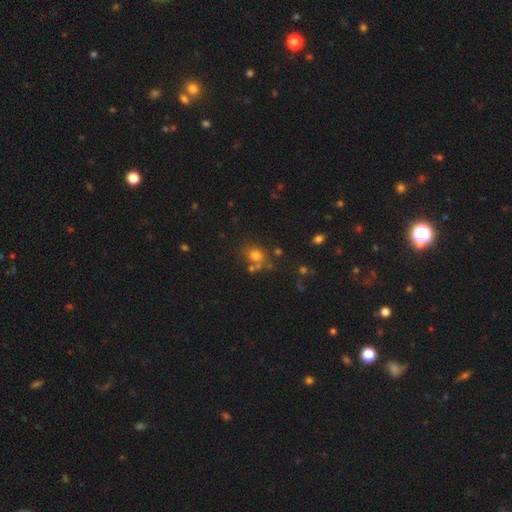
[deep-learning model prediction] Smooth or featured?
  - smooth: 73% *
  - star or artifact: 17%
  - featured or disk: 10%
How rounded?
  - round: 60% *
  - in between: 39%
  - cigar-shaped: 1%
Merging?
  - none: 61% *
  - merger: 19%
  - minor disturbance: 14%
  - major disturbance: 6%